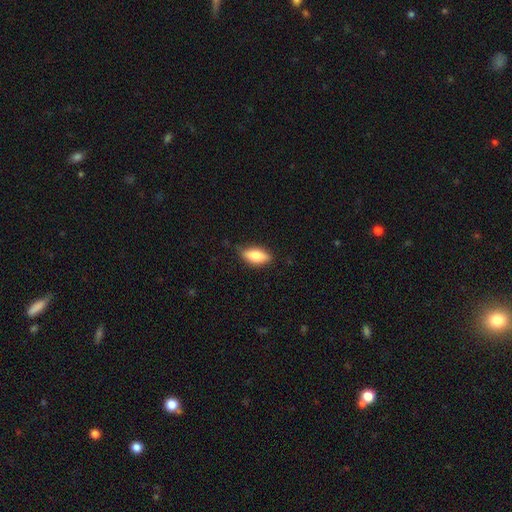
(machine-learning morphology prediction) A smooth galaxy with no disk features (78%) that is in between round and cigar-shaped (82%).

Vote fractions:
- Smooth or featured? smooth: 78% / featured or disk: 15% / star or artifact: 7%
- How rounded? in between: 82% / cigar-shaped: 15% / round: 3%
- Merging? none: 75% / minor disturbance: 20% / major disturbance: 4% / merger: 1%